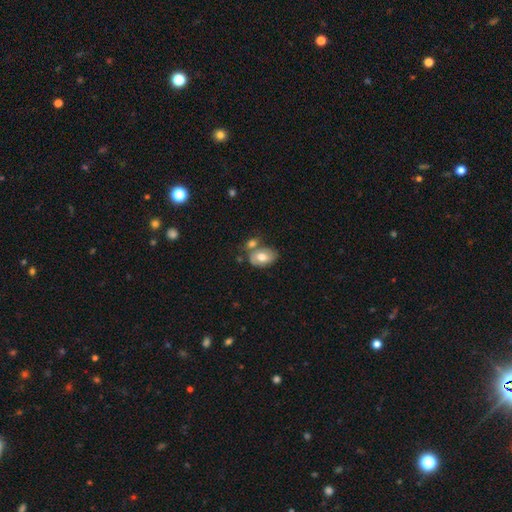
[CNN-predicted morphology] Q: Smooth or featured?
A: smooth (60%); runner-up: featured or disk (26%)
Q: How rounded?
A: in between (72%); runner-up: round (27%)
Q: Merging?
A: none (58%); runner-up: merger (24%)